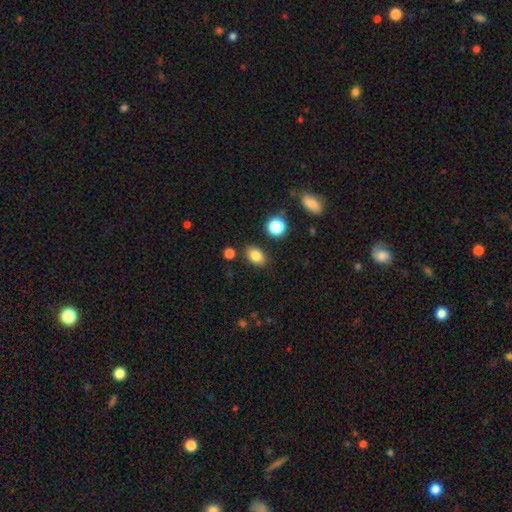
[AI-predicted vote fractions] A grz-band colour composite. It shows a smooth galaxy with no disk features (82%) that is in between round and cigar-shaped (79%). Merging: none (84%).